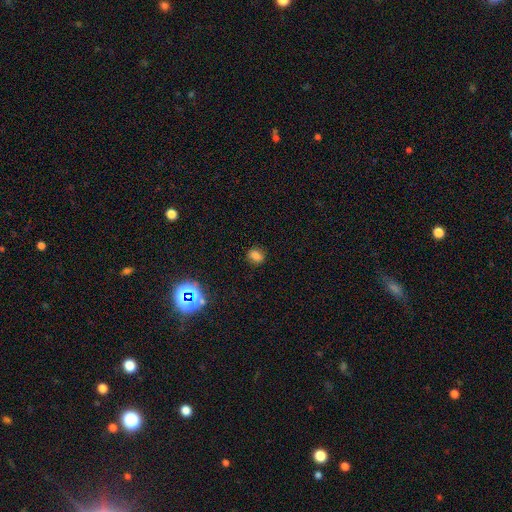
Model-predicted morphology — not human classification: The model was most divided on "how rounded": in between: 51%, round: 48%, cigar-shaped: 2%. More confident: merging — none (84%); smooth or featured — smooth (75%).